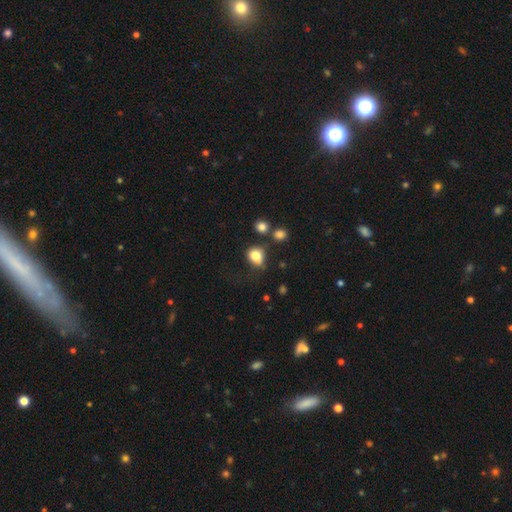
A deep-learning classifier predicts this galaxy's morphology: This appears to be a smooth galaxy with no disk features (80%) that is round (59%). Merging: none (51%).